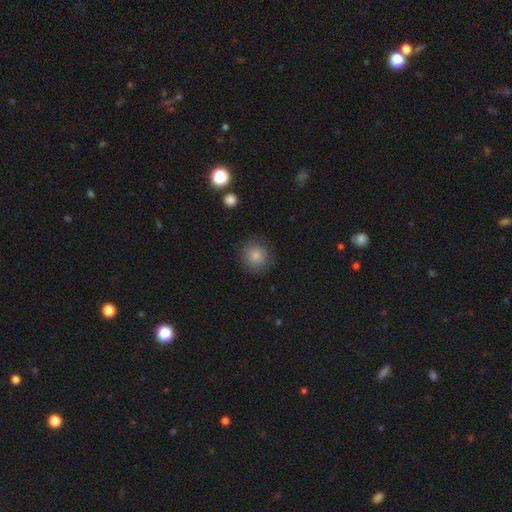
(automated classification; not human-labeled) The model was most divided on "smooth or featured": smooth: 85%, star or artifact: 9%, featured or disk: 6%. More confident: how rounded — round (92%); merging — none (86%).